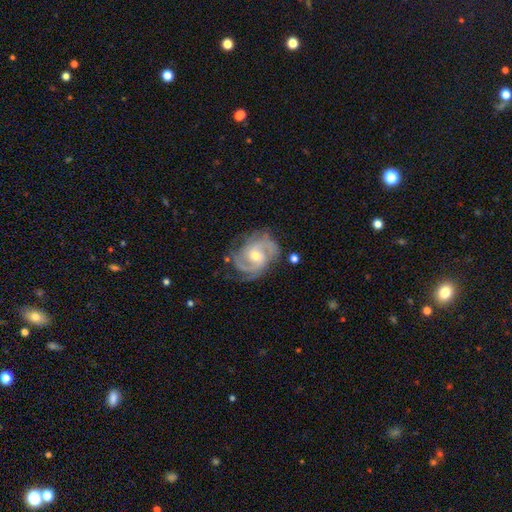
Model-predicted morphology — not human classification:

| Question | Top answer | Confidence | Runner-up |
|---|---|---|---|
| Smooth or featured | featured or disk | 91% | smooth (5%) |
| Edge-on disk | no | 98% | yes (2%) |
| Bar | no | 52% | weak (38%) |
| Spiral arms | yes | 98% | no (2%) |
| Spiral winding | medium | 48% | tight (41%) |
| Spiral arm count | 2 | 60% | 3 (22%) |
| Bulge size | moderate | 57% | small (39%) |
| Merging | none | 72% | minor disturbance (19%) |